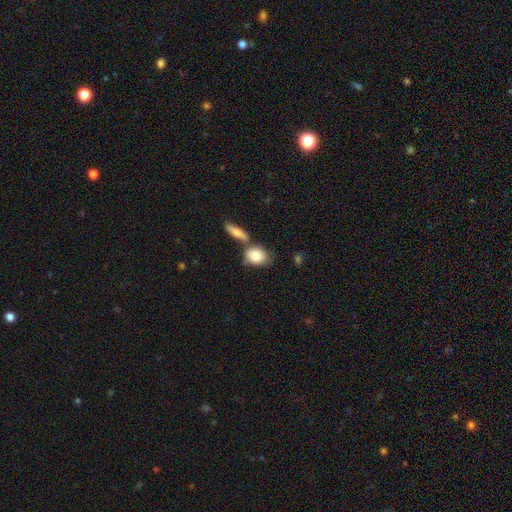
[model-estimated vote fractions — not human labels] Overall: smooth (82%). How rounded: in between (67%; round 30%). Merging: none (45%; merger 33%).